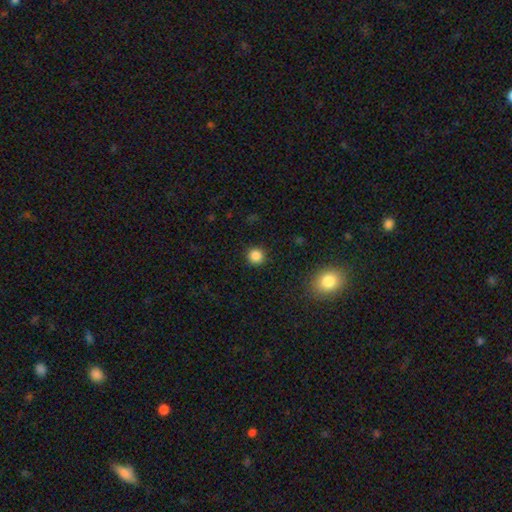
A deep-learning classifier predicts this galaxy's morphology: smooth_or_featured: smooth (p=0.85) [alt: star or artifact p=0.11]
how_rounded: round (p=0.94) [alt: in between p=0.06]
merging: none (p=0.91) [alt: minor disturbance p=0.05]